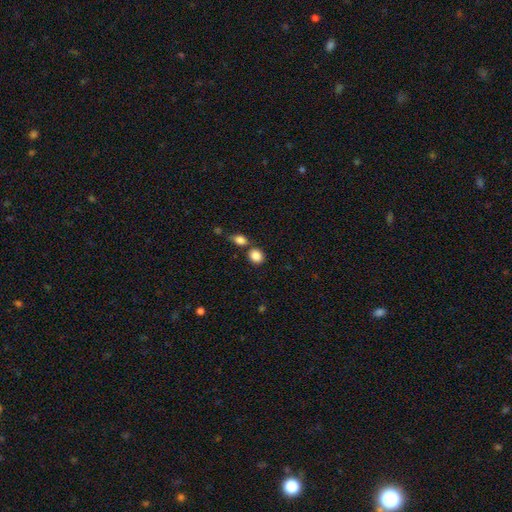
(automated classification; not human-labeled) Smooth or featured? Predicted: smooth (p=0.87). How rounded? Predicted: round (p=0.59). Merging? Predicted: none (p=0.66).